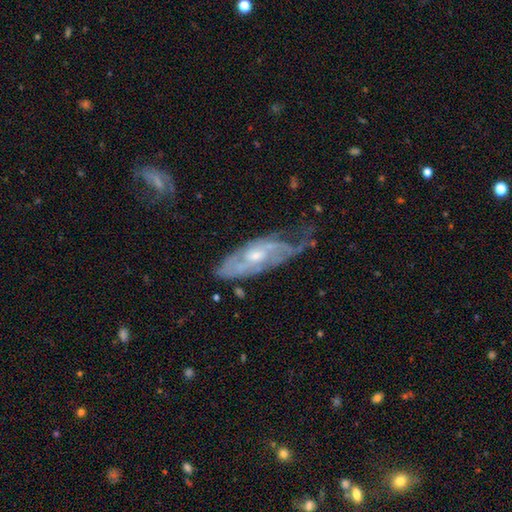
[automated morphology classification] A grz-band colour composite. It shows a featured or disk galaxy (75%) with no bar (63%), tight (49%) spiral arms (81%) and a moderate central bulge (50%). Merging: none (44%).